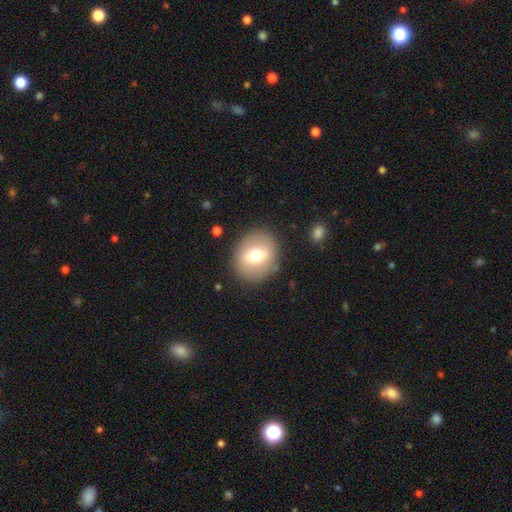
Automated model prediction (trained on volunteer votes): Smooth or featured: smooth — 61% (featured or disk — 31%)
How rounded: round — 63% (in between — 36%)
Merging: none — 85% (minor disturbance — 9%)